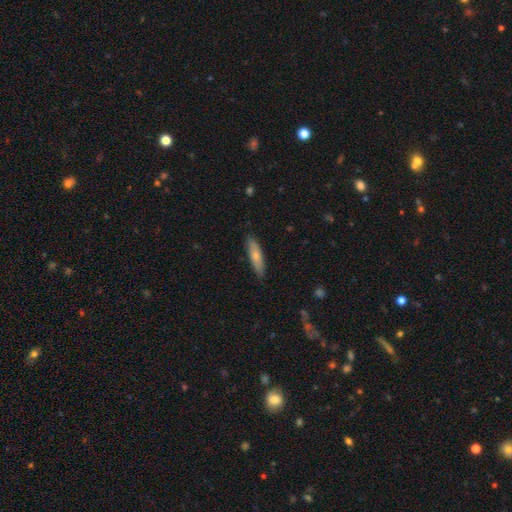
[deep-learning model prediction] smooth-or-featured: smooth: 70% | featured or disk: 24% | star or artifact: 6%
  how-rounded: cigar-shaped: 68% | in between: 30% | round: 2%
  merging: none: 85% | minor disturbance: 12% | major disturbance: 2% | merger: 1%